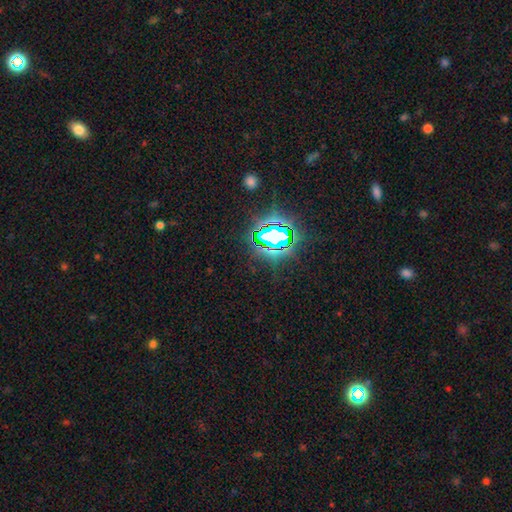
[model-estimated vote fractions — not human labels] Q: Smooth or featured?
A: star or artifact (84%); runner-up: smooth (10%)